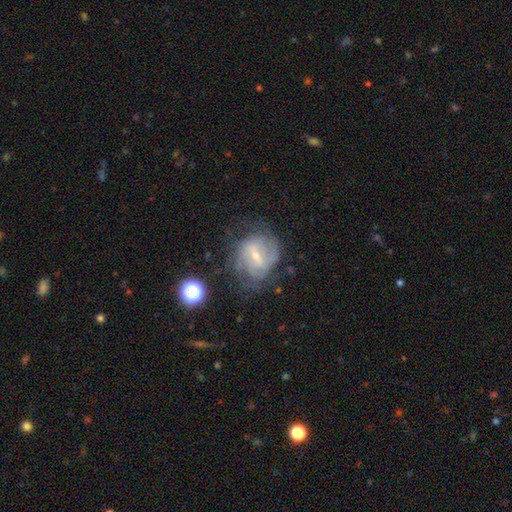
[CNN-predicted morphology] A featured or disk galaxy (72%) with a weak bar (54%), medium (41%) spiral arms (78%) and a small central bulge (70%). Merging: none (54%).